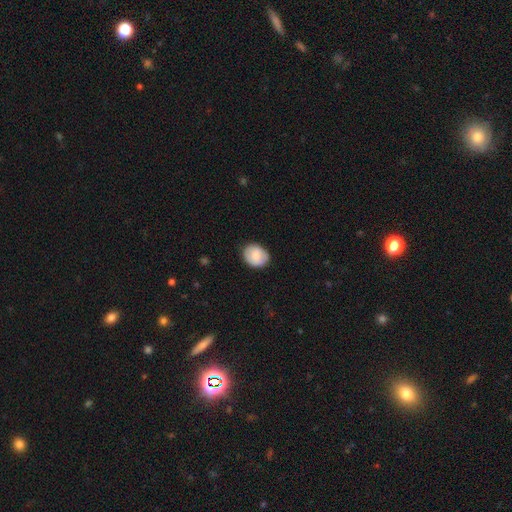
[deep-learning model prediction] smooth-or-featured: smooth: 75% | featured or disk: 18% | star or artifact: 7%
  how-rounded: round: 52% | in between: 47% | cigar-shaped: 1%
  merging: none: 83% | minor disturbance: 13% | major disturbance: 3% | merger: 1%